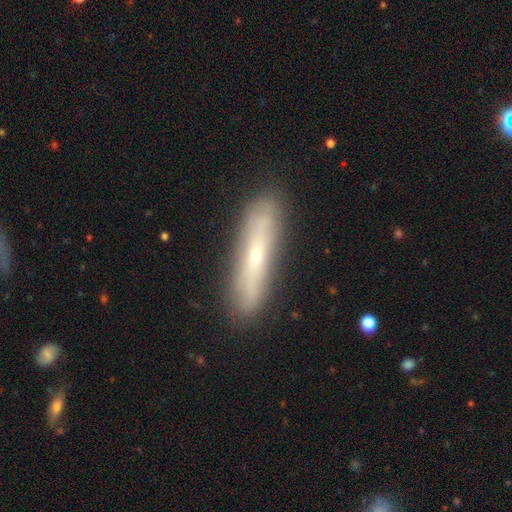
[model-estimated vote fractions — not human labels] Overall: featured or disk (47%; smooth 46%). Merging: none (85%).